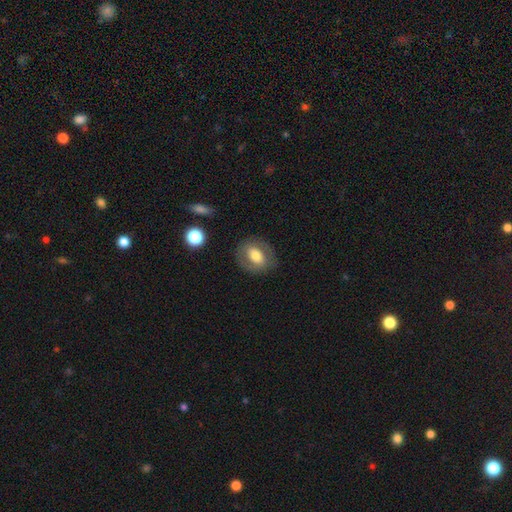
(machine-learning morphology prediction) Smooth or featured? smooth (63%)
How rounded? in between (62%)
Merging? none (80%)